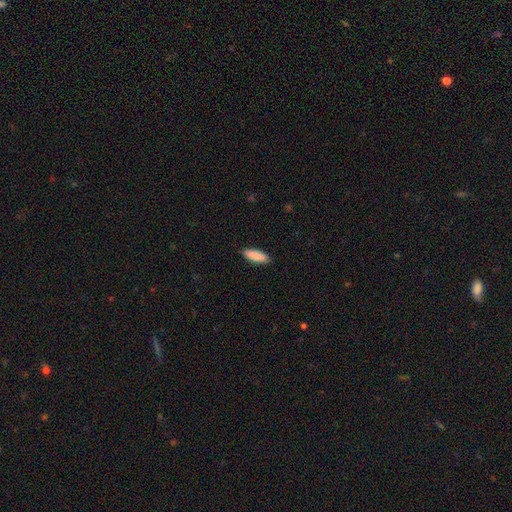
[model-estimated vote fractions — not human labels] Morphology: type=smooth (86%); roundness=cigar-shaped (51%); merging=none (90%).